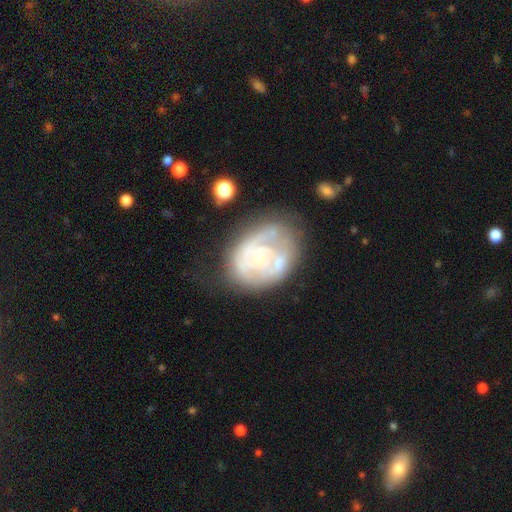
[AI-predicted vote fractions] smooth-or-featured: featured or disk: 68% | smooth: 24% | star or artifact: 8%
  disk-edge-on: no: 97% | yes: 3%
    bar: no: 80% | weak: 16% | strong: 4%
    has-spiral-arms: yes: 52% | no: 48%
    bulge-size: small: 63% | moderate: 31% | none: 3% | large: 2% | dominant: 1%
  merging: none: 43% | minor disturbance: 27% | major disturbance: 19% | merger: 11%